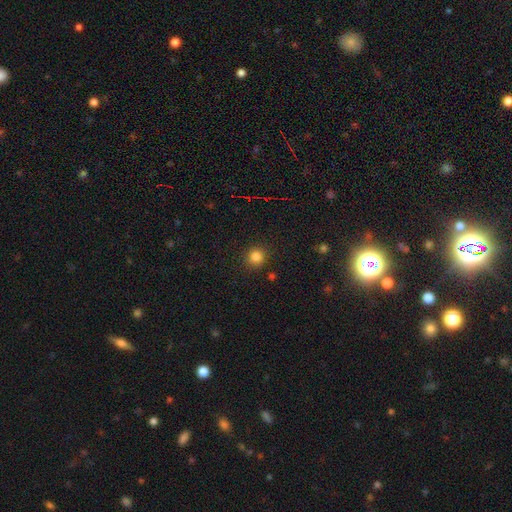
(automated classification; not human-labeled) Smooth or featured: smooth — 83% (star or artifact — 13%)
How rounded: round — 91% (in between — 8%)
Merging: none — 90% (minor disturbance — 7%)